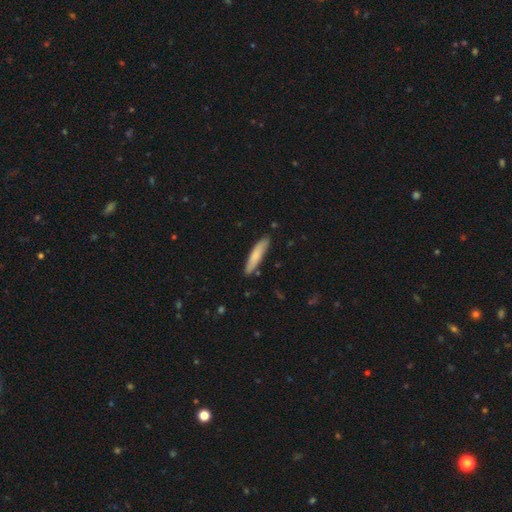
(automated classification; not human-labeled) Smooth or featured?
  - smooth: 76% *
  - featured or disk: 18%
  - star or artifact: 5%
How rounded?
  - cigar-shaped: 84% *
  - in between: 14%
  - round: 1%
Merging?
  - none: 85% *
  - minor disturbance: 11%
  - merger: 2%
  - major disturbance: 2%